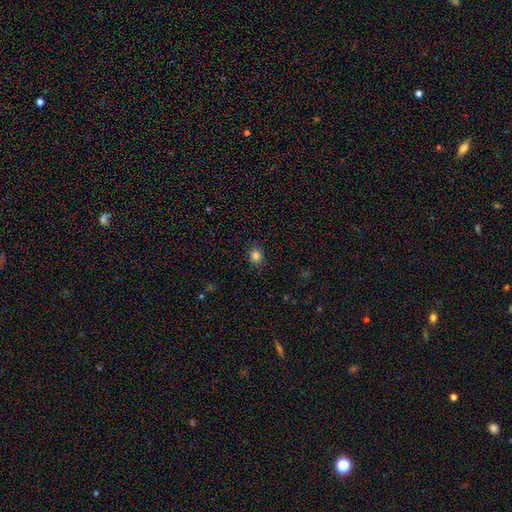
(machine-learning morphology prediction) Smooth or featured? smooth (83%)
How rounded? round (75%)
Merging? none (87%)